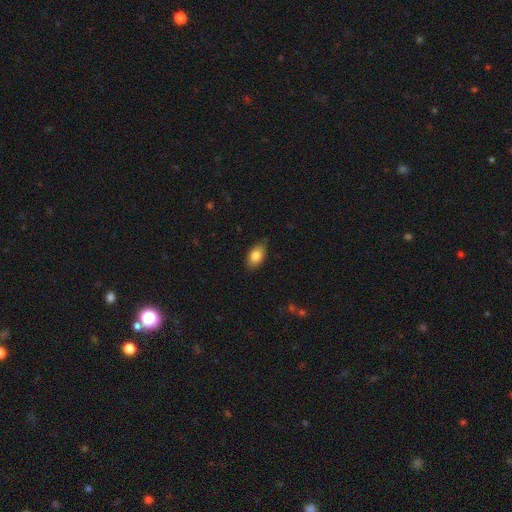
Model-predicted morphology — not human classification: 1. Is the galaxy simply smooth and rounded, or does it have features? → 82% smooth, 10% featured or disk, 7% star or artifact.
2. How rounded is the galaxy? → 90% in between, 8% round, 2% cigar-shaped.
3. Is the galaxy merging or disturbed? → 82% none, 14% minor disturbance, 3% major disturbance, 1% merger.